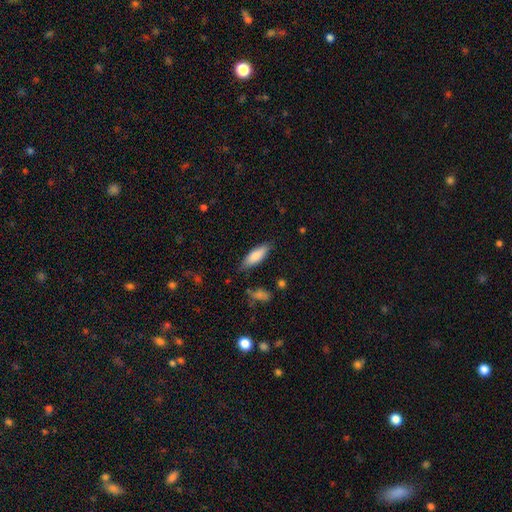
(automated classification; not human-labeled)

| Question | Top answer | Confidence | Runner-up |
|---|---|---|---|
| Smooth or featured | smooth | 82% | featured or disk (12%) |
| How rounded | in between | 61% | cigar-shaped (38%) |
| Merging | none | 80% | minor disturbance (15%) |